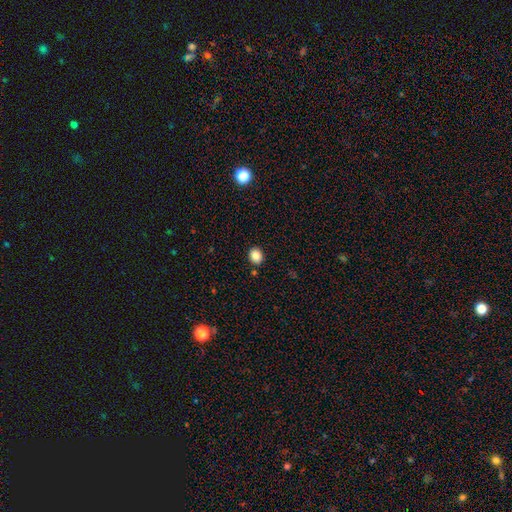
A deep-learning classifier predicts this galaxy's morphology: smooth 85%, star or artifact 10%, featured or disk 5%. Down the decision tree: how rounded — round (66%); merging — none (87%).